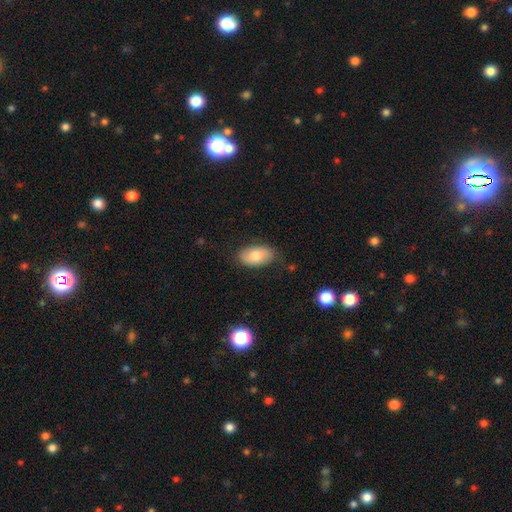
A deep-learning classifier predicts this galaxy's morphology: A smooth galaxy with no disk features (75%) that is in between round and cigar-shaped (93%).

Vote fractions:
- Smooth or featured? smooth: 75% / featured or disk: 18% / star or artifact: 7%
- How rounded? in between: 93% / round: 5% / cigar-shaped: 1%
- Merging? none: 79% / minor disturbance: 16% / major disturbance: 3% / merger: 1%